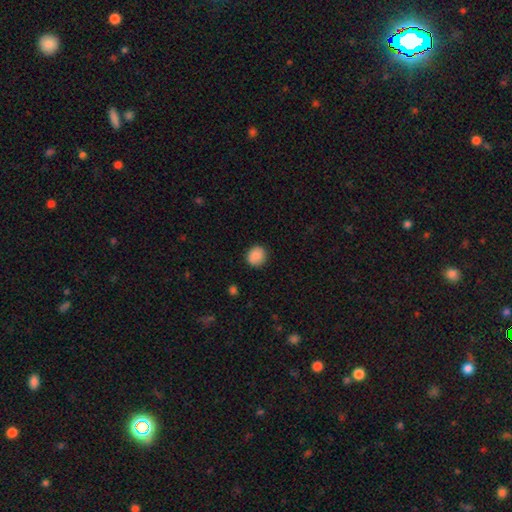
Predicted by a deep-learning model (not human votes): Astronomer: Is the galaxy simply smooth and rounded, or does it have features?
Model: smooth — 89%.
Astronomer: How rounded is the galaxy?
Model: round — 83%.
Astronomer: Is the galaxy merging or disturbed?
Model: none — 88%.